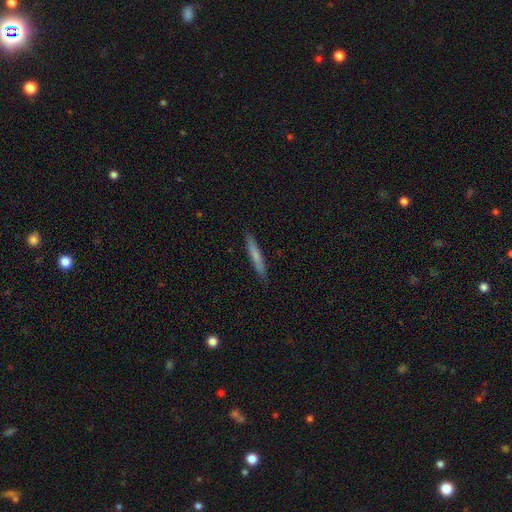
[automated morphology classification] Smooth or featured? Predicted: smooth (p=0.67). How rounded? Predicted: cigar-shaped (p=0.95). Merging? Predicted: none (p=0.90).